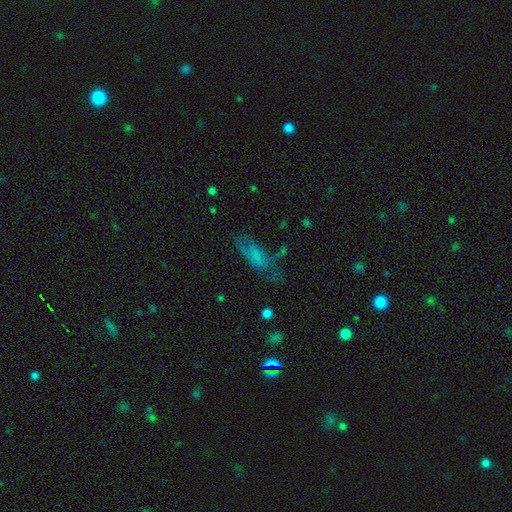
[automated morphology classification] Overall: smooth (61%; featured or disk 26%). How rounded: in between (69%). Merging: none (44%; minor disturbance 27%).